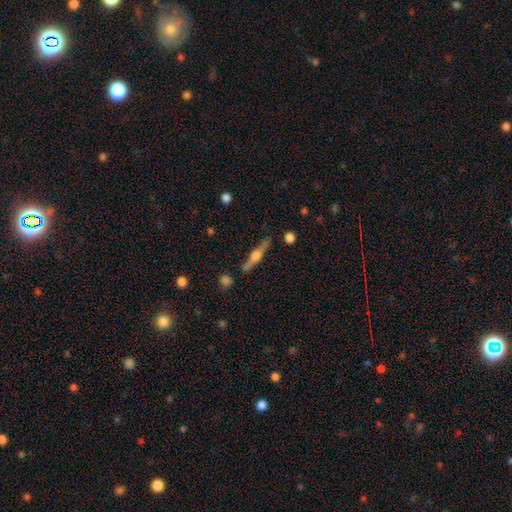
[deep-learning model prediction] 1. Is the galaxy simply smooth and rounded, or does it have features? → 68% featured or disk, 25% smooth, 7% star or artifact.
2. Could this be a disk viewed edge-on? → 97% yes, 3% no.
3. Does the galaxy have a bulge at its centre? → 88% rounded, 9% boxy, 3% none.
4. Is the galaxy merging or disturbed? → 84% none, 10% minor disturbance, 3% merger, 3% major disturbance.